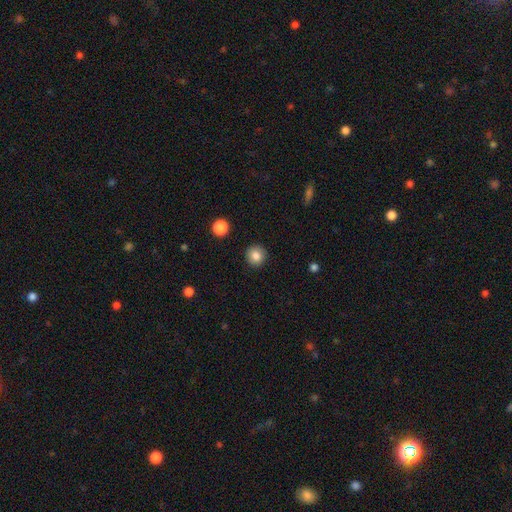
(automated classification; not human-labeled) This appears to be a smooth galaxy with no disk features (84%) that is round (92%). Merging: none (91%).